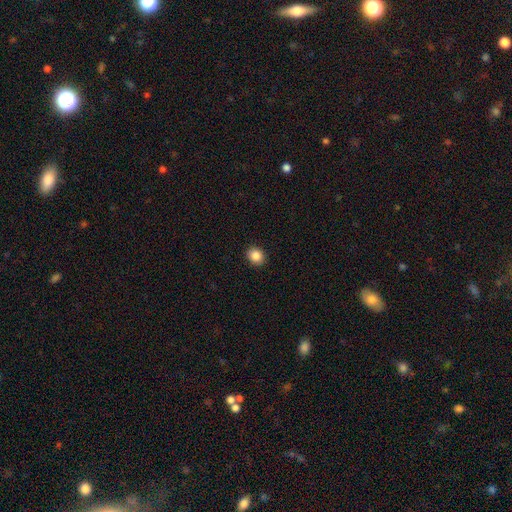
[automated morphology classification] This appears to be a smooth galaxy with no disk features (87%) that is round (66%). Merging: none (91%).